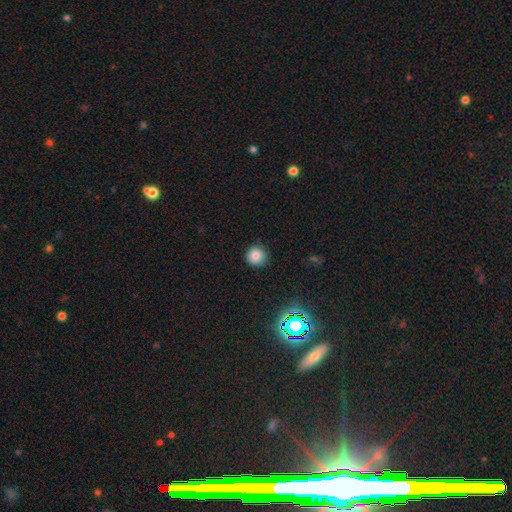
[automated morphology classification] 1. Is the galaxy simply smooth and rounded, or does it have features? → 82% smooth, 13% star or artifact, 5% featured or disk.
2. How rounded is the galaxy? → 93% round, 6% in between, 1% cigar-shaped.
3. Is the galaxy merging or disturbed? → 86% none, 10% minor disturbance, 2% major disturbance, 1% merger.